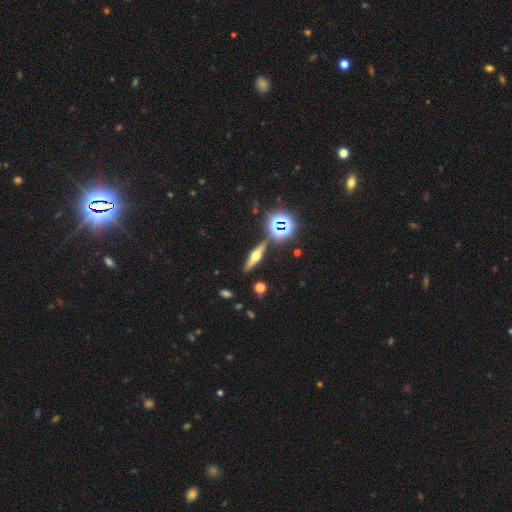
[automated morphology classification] type=featured or disk (60%); edge-on=yes (93%); edge-on bulge=rounded (94%); merging=none (85%).